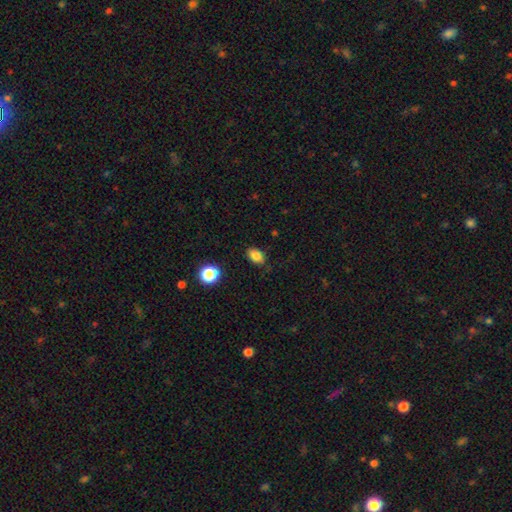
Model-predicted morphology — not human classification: Smooth or featured: smooth — 83% (star or artifact — 11%)
How rounded: in between — 81% (round — 18%)
Merging: none — 80% (minor disturbance — 15%)